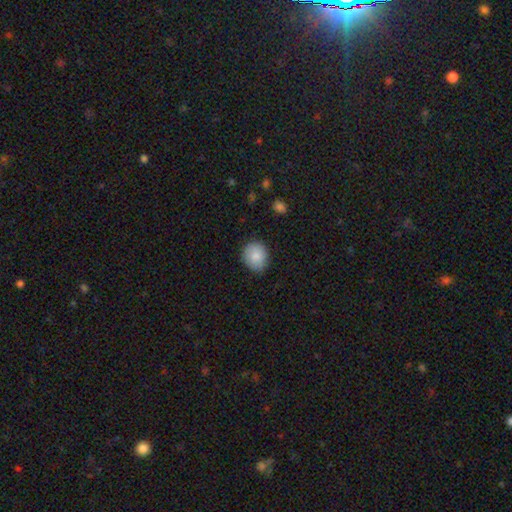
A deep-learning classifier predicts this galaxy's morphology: Smooth or featured?
  - smooth: 85% *
  - featured or disk: 7%
  - star or artifact: 7%
How rounded?
  - round: 72% *
  - in between: 27%
  - cigar-shaped: 1%
Merging?
  - none: 77% *
  - minor disturbance: 19%
  - major disturbance: 3%
  - merger: 1%